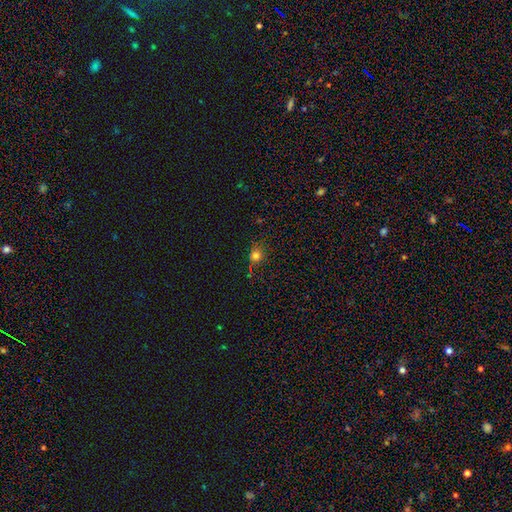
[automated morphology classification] type=smooth (74%); roundness=round (84%); merging=none (76%).